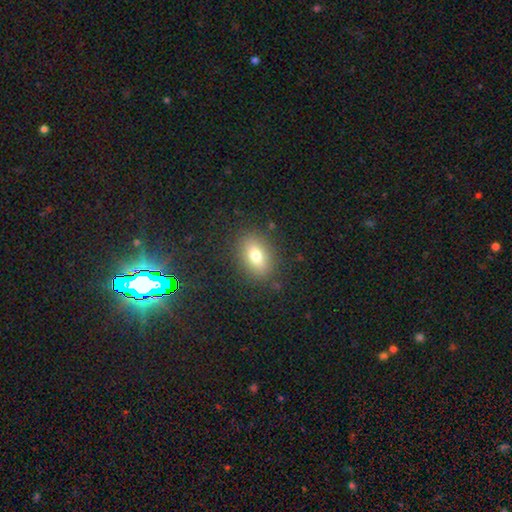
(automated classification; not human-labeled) This is likely a smooth galaxy (75%). How rounded: clearly in between (80%). Merging: clearly none (85%).